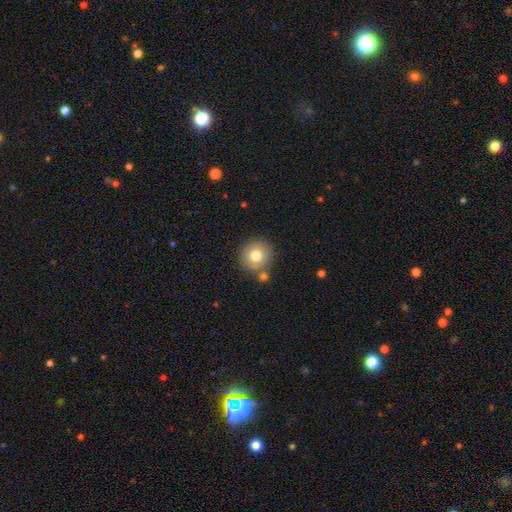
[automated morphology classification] Smooth or featured?
  - smooth: 77% *
  - featured or disk: 13%
  - star or artifact: 10%
How rounded?
  - round: 89% *
  - in between: 10%
  - cigar-shaped: 1%
Merging?
  - none: 74% *
  - merger: 13%
  - minor disturbance: 10%
  - major disturbance: 3%